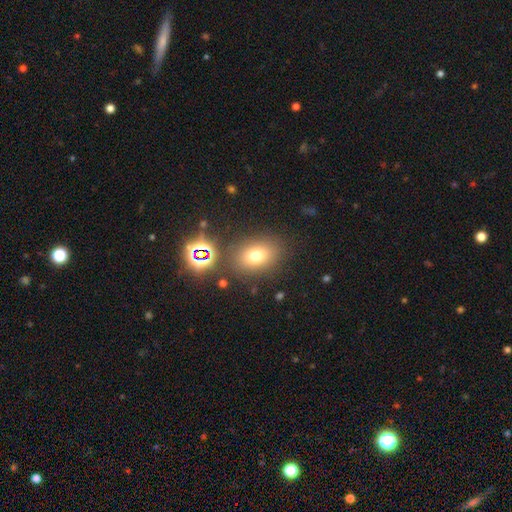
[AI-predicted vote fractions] A smooth galaxy with no disk features (71%) that is in between round and cigar-shaped (67%).

Vote fractions:
- Smooth or featured? smooth: 71% / star or artifact: 18% / featured or disk: 11%
- How rounded? in between: 67% / round: 31% / cigar-shaped: 1%
- Merging? none: 81% / minor disturbance: 10% / merger: 5% / major disturbance: 4%